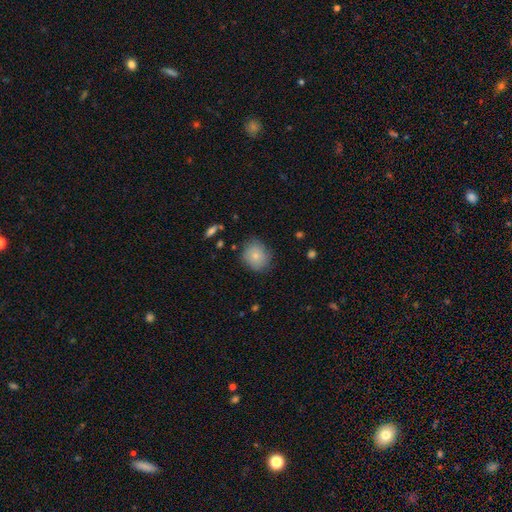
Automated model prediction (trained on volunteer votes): The model was most divided on "how rounded": round: 69%, in between: 30%, cigar-shaped: 1%. More confident: smooth or featured — smooth (79%); merging — none (75%).